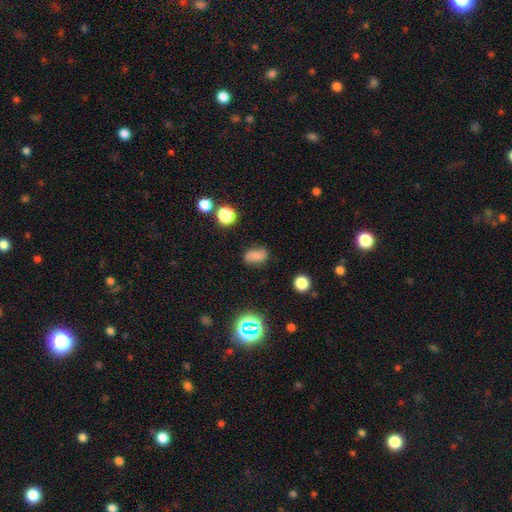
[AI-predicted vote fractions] Smooth or featured? smooth (67%)
How rounded? in between (81%)
Merging? none (75%)